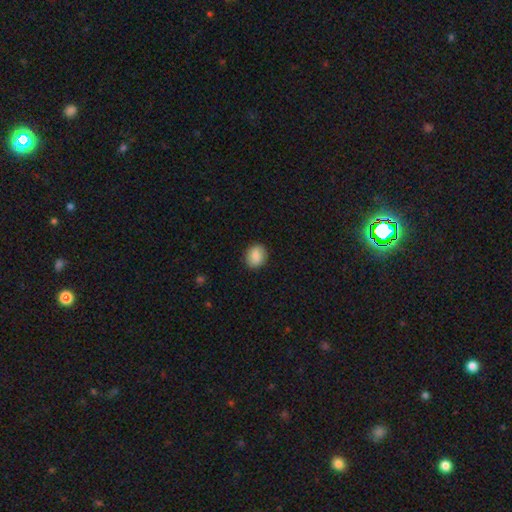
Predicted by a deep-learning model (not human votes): Smooth or featured?
  - smooth: 85% *
  - featured or disk: 8%
  - star or artifact: 8%
How rounded?
  - round: 65% *
  - in between: 33%
  - cigar-shaped: 1%
Merging?
  - none: 89% *
  - minor disturbance: 8%
  - major disturbance: 2%
  - merger: 1%